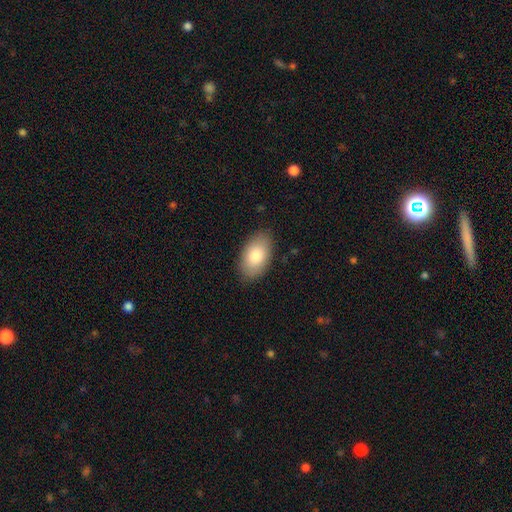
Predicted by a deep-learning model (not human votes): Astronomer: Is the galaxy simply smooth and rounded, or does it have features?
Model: smooth — 84%.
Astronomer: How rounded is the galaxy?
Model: in between — 94%.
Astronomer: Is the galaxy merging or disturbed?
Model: none — 86%.